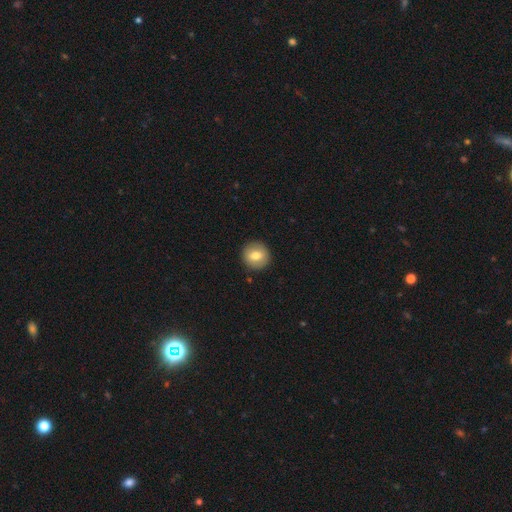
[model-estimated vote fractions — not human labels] Smooth or featured?
  - smooth: 74% *
  - featured or disk: 18%
  - star or artifact: 8%
How rounded?
  - round: 93% *
  - in between: 6%
  - cigar-shaped: 1%
Merging?
  - none: 91% *
  - minor disturbance: 6%
  - major disturbance: 2%
  - merger: 1%